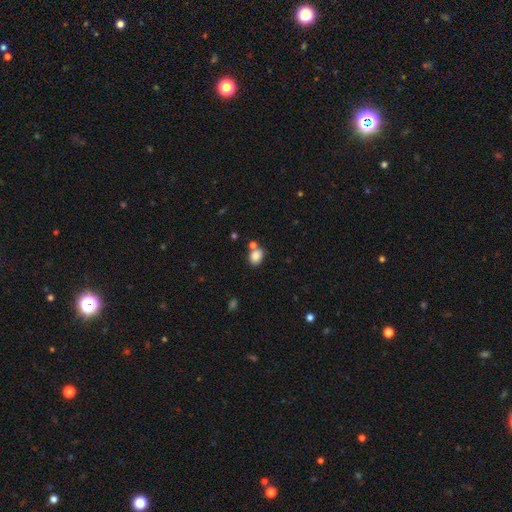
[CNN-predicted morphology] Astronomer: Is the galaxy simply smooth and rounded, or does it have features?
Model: smooth — 83%.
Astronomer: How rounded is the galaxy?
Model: in between — 64%.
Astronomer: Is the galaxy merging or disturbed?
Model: none — 60%.